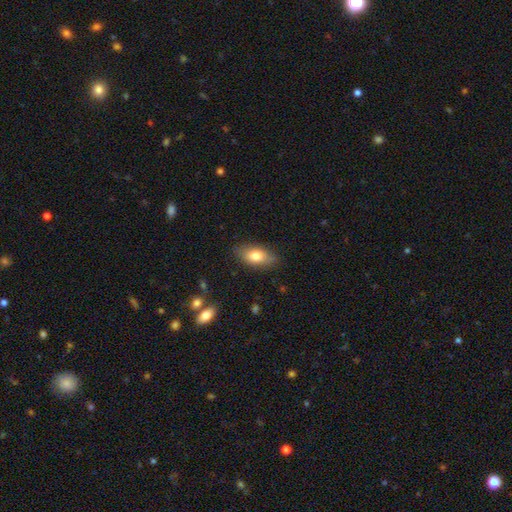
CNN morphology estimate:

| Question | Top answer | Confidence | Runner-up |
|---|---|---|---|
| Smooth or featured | smooth | 76% | featured or disk (17%) |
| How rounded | in between | 87% | cigar-shaped (8%) |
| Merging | none | 83% | minor disturbance (13%) |